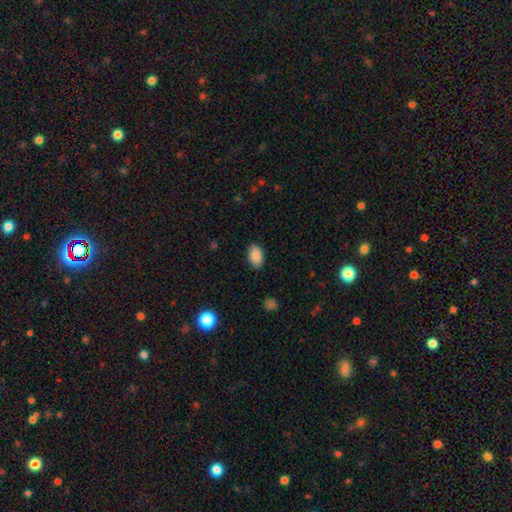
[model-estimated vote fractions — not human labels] Q: Smooth or featured?
A: smooth (88%); runner-up: star or artifact (7%)
Q: How rounded?
A: in between (92%); runner-up: round (7%)
Q: Merging?
A: none (87%); runner-up: minor disturbance (10%)